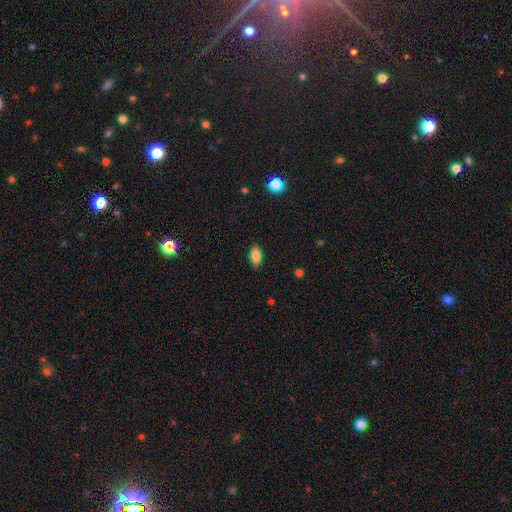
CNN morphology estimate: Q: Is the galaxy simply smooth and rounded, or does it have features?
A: smooth — 85%.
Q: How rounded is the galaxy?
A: in between — 91%.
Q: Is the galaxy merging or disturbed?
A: none — 88%.